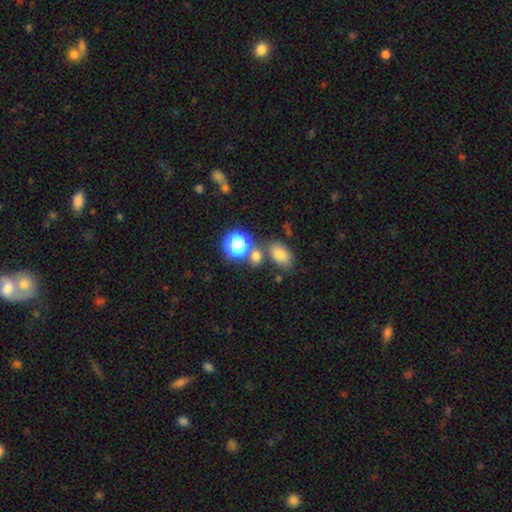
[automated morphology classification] This is likely a smooth galaxy (70%). How rounded: possibly round (50%). Merging: likely none (65%).